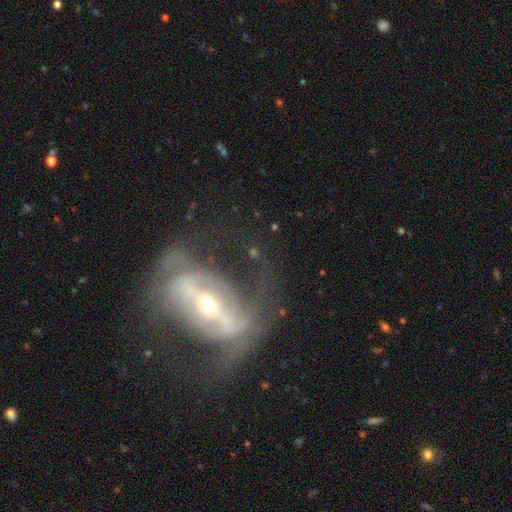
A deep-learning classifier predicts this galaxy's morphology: featured or disk 83%, smooth 9%, star or artifact 8%. Down the decision tree: edge-on disk — no (88%); bar — strong (67%); spiral arms — yes (66%); bulge size — small (60%); merging — none (50%).